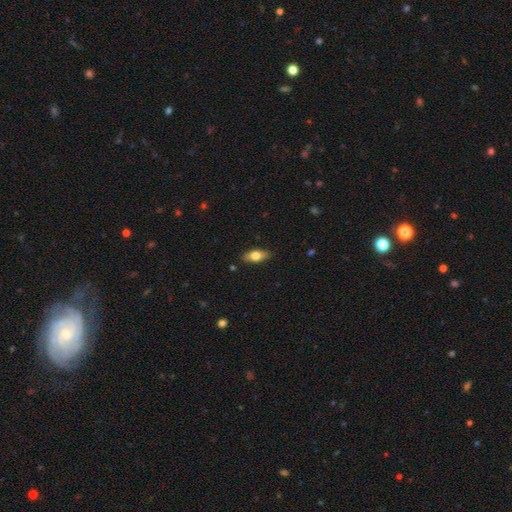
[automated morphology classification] Smooth or featured? smooth (73%)
How rounded? in between (81%)
Merging? none (87%)